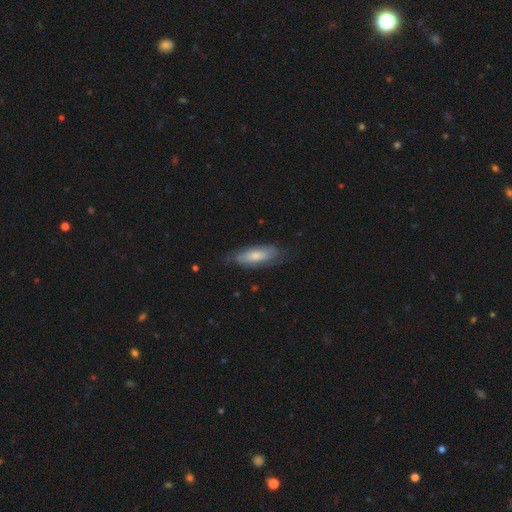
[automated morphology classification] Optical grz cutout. It shows a smooth galaxy with no disk features (53%) that is in between round and cigar-shaped (67%). Merging: none (68%).